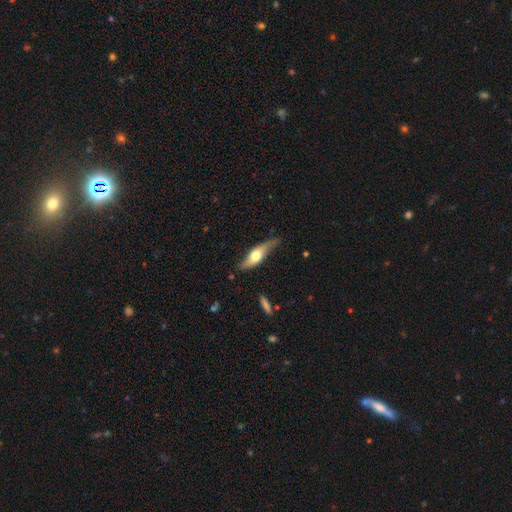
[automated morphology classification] Smooth or featured? Predicted: featured or disk (p=0.53). Edge-on disk? Predicted: yes (p=0.66). Merging? Predicted: none (p=0.65).